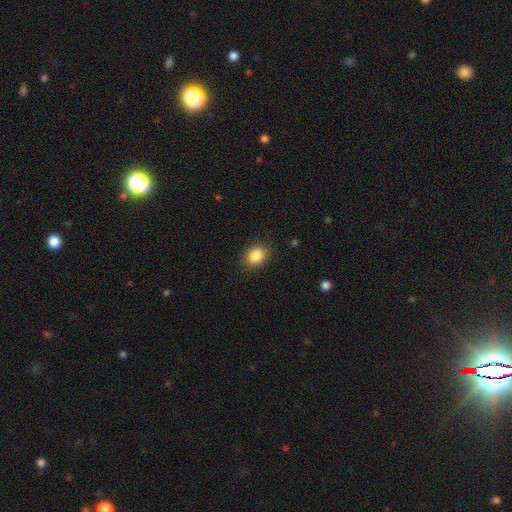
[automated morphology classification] type=smooth (86%); roundness=round (51%); merging=none (86%).